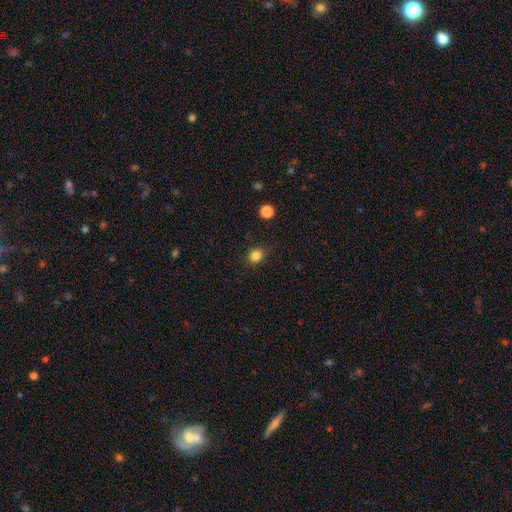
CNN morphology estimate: Smooth or featured?
  - smooth: 83% *
  - star or artifact: 13%
  - featured or disk: 4%
How rounded?
  - round: 79% *
  - in between: 21%
  - cigar-shaped: 1%
Merging?
  - none: 88% *
  - minor disturbance: 9%
  - major disturbance: 2%
  - merger: 1%